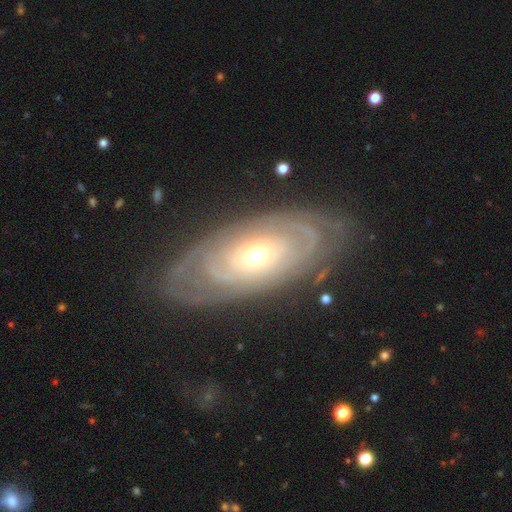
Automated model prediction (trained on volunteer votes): Morphology: type=featured or disk (82%); edge-on=no (91%); bar=no (80%); spiral arms=yes (82%); winding=tight (80%); arm count=can't tell (47%); bulge=moderate (57%); merging=none (79%).